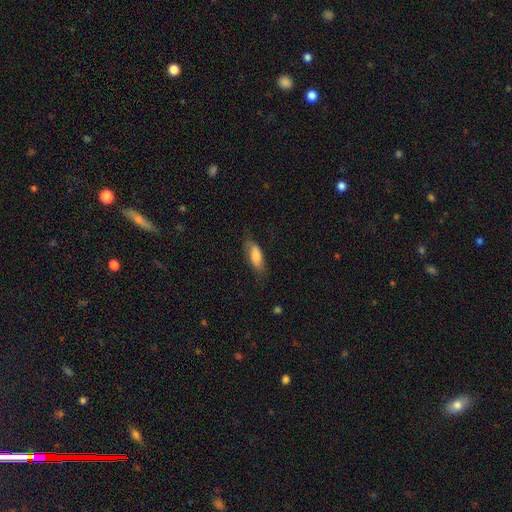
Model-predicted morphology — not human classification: The model was most divided on "how rounded": in between: 71%, cigar-shaped: 26%, round: 2%. More confident: smooth or featured — smooth (73%); merging — none (69%).